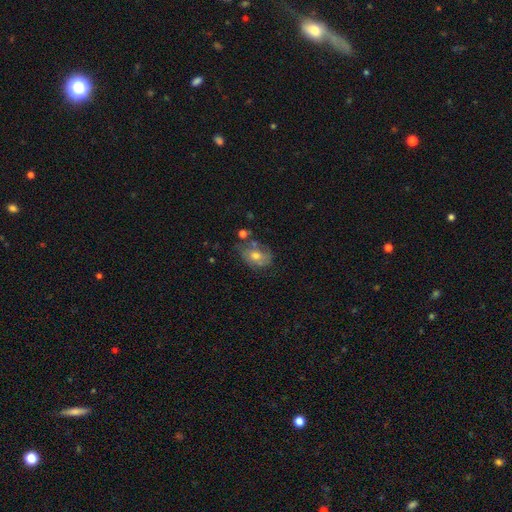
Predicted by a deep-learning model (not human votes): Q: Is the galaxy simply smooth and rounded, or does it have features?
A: smooth — 56%.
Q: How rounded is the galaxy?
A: in between — 73%.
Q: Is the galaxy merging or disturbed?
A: none — 45%.